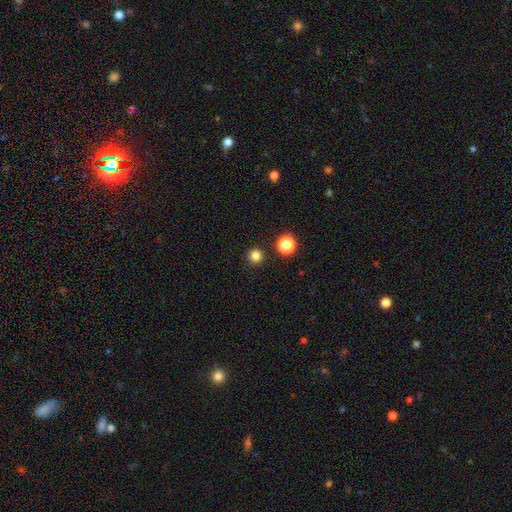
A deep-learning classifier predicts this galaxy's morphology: This appears to be a smooth galaxy with no disk features (81%) that is round (95%). Merging: none (91%).